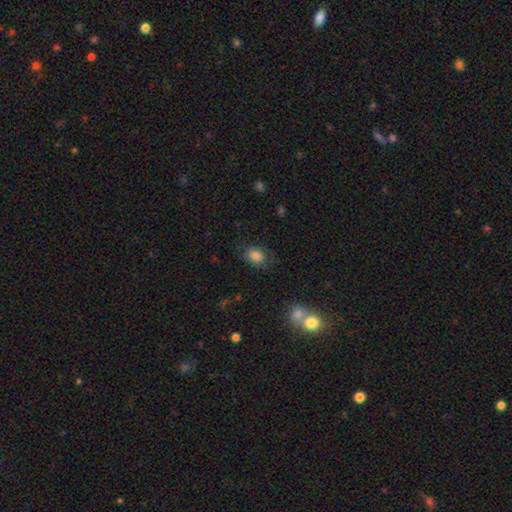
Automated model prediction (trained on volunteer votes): Smooth or featured? Predicted: smooth (p=0.83). How rounded? Predicted: in between (p=0.67). Merging? Predicted: none (p=0.76).